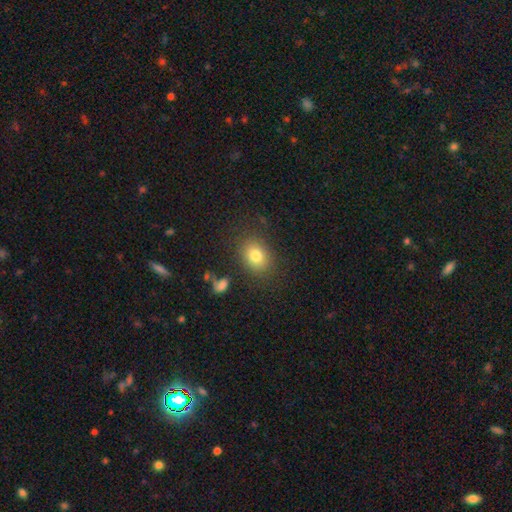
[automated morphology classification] Smooth or featured? smooth (80%)
How rounded? in between (60%)
Merging? none (82%)